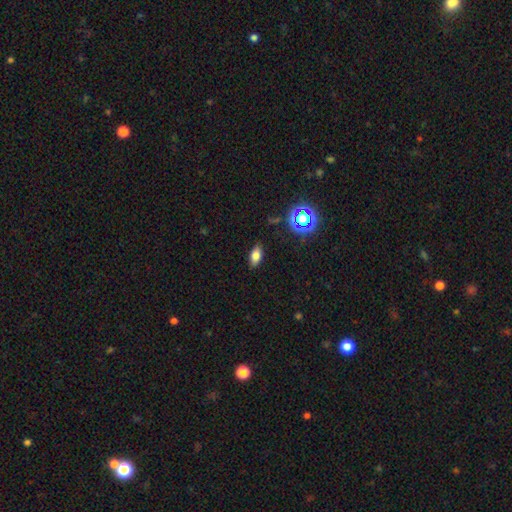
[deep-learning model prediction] smooth_or_featured: smooth (p=0.74) [alt: star or artifact p=0.15]
how_rounded: in between (p=0.87) [alt: cigar-shaped p=0.07]
merging: none (p=0.86) [alt: minor disturbance p=0.10]